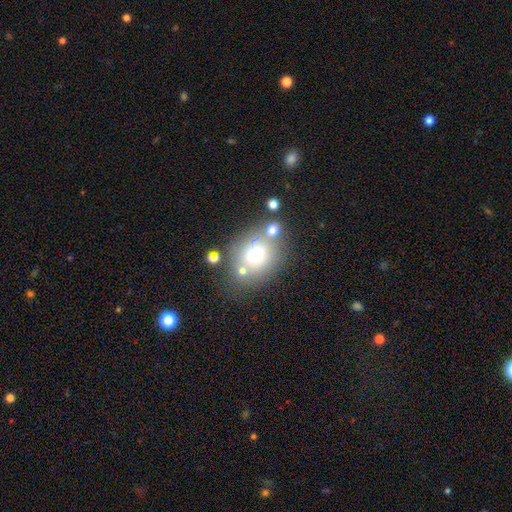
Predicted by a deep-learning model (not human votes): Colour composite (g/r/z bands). It shows a smooth galaxy with no disk features (66%) that is round (64%). Merging: none (63%).